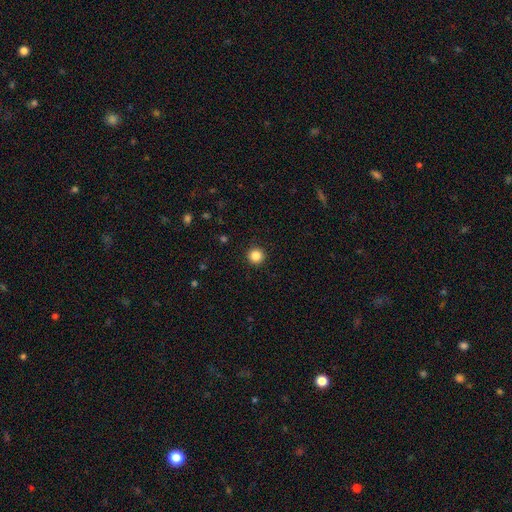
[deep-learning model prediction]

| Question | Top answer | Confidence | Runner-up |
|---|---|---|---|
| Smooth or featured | smooth | 86% | star or artifact (11%) |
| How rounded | round | 96% | in between (3%) |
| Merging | none | 93% | minor disturbance (4%) |